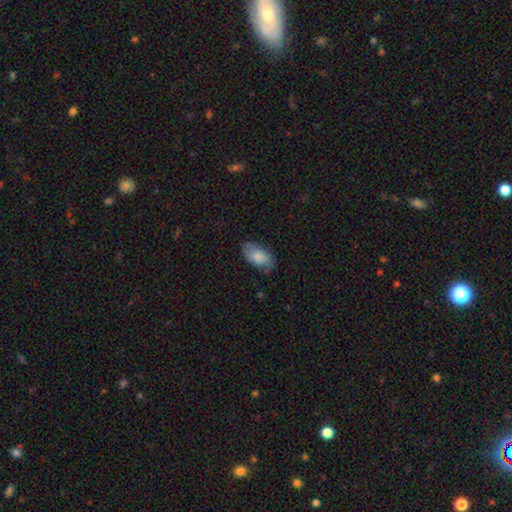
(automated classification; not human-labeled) Overall: smooth (71%). How rounded: in between (93%). Merging: none (75%).